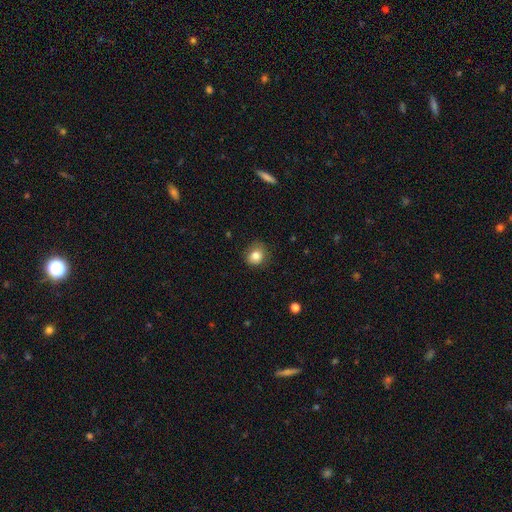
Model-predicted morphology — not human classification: Q: Smooth or featured?
A: smooth (83%); runner-up: star or artifact (10%)
Q: How rounded?
A: round (74%); runner-up: in between (25%)
Q: Merging?
A: none (77%); runner-up: minor disturbance (17%)